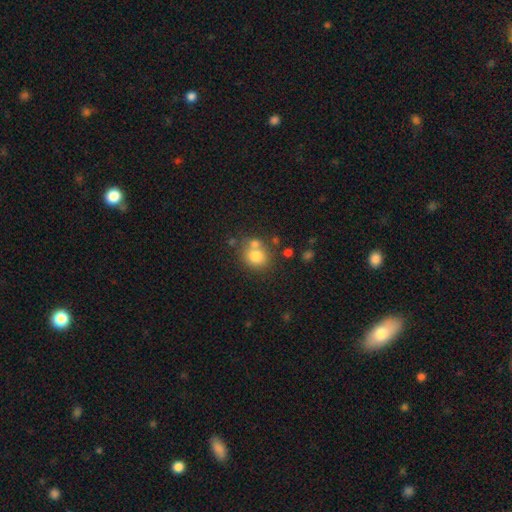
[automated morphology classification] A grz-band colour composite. It shows a smooth galaxy with no disk features (77%) that is round (78%). Merging: none (56%).